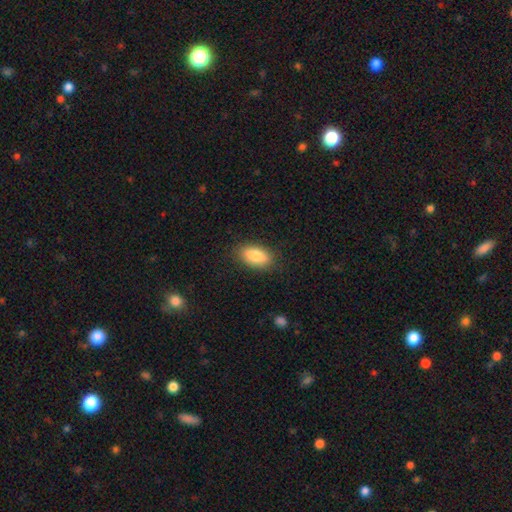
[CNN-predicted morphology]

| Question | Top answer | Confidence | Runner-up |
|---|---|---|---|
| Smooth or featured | smooth | 83% | featured or disk (10%) |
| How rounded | in between | 90% | cigar-shaped (6%) |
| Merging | none | 86% | minor disturbance (11%) |